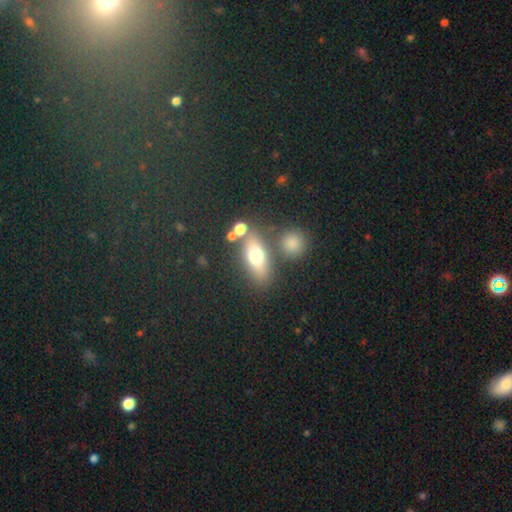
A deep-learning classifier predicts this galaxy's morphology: The model was most divided on "how rounded": in between: 62%, cigar-shaped: 24%, round: 14%. More confident: merging — none (69%); smooth or featured — smooth (64%).